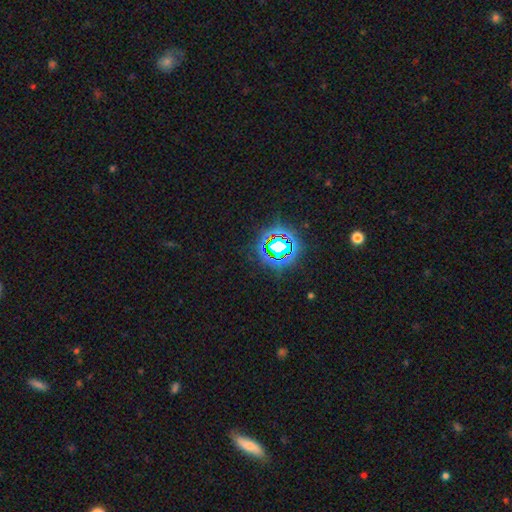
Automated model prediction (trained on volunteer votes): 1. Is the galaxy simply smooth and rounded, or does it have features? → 74% star or artifact, 18% smooth, 8% featured or disk.